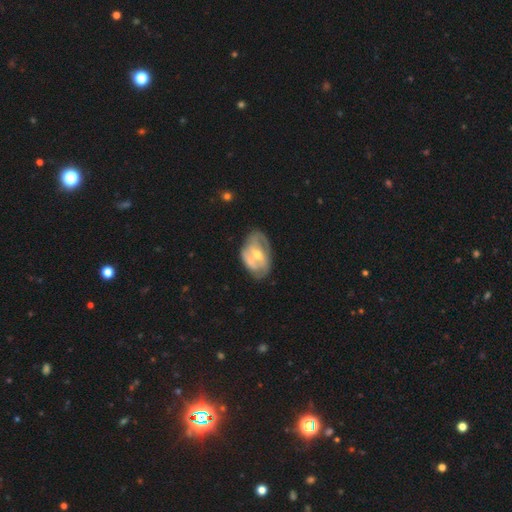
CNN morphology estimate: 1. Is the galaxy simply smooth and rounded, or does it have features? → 67% featured or disk, 28% smooth, 6% star or artifact.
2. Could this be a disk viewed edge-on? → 95% no, 5% yes.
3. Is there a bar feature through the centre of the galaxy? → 44% no, 37% weak, 19% strong.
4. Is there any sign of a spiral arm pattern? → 55% yes, 45% no.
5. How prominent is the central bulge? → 61% moderate, 32% small, 4% large, 2% none, 1% dominant.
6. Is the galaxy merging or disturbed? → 45% none, 28% minor disturbance, 14% major disturbance, 13% merger.